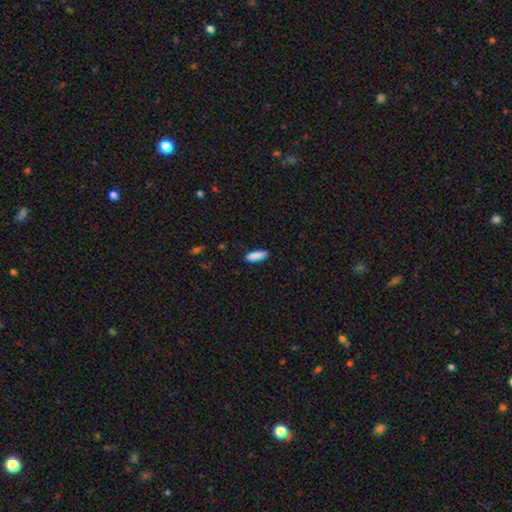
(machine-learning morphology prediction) Q: Smooth or featured?
A: smooth (88%); runner-up: star or artifact (6%)
Q: How rounded?
A: cigar-shaped (54%); runner-up: in between (45%)
Q: Merging?
A: none (86%); runner-up: minor disturbance (11%)